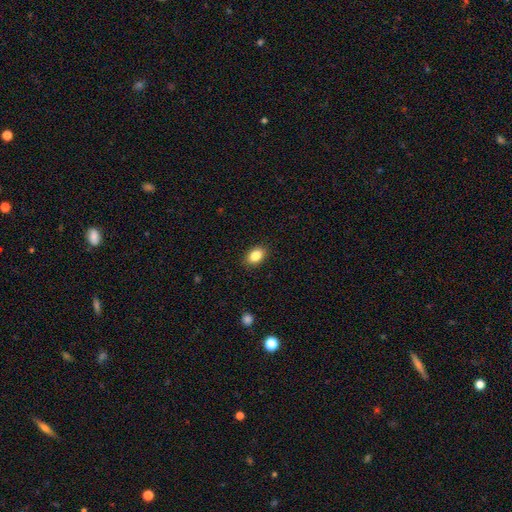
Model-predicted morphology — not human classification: This appears to be a smooth galaxy with no disk features (86%) that is in between round and cigar-shaped (84%). Merging: none (89%).